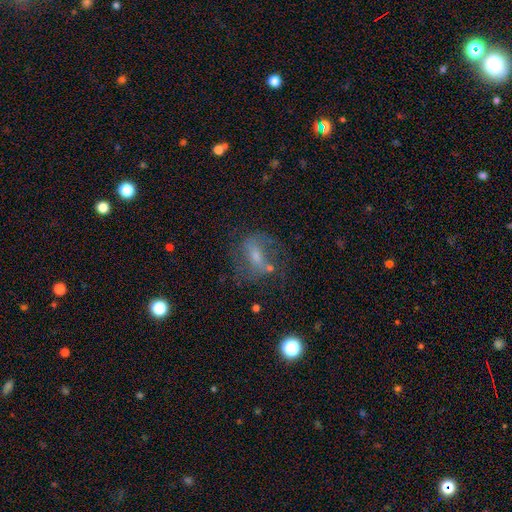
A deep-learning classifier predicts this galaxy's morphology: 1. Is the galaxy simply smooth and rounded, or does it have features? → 55% featured or disk, 31% smooth, 14% star or artifact.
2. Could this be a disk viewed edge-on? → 92% no, 8% yes.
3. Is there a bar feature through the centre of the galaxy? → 41% weak, 30% strong, 29% no.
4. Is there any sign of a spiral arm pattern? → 59% yes, 41% no.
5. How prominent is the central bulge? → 43% small, 40% moderate, 10% none, 5% large, 1% dominant.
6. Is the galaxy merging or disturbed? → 52% none, 21% major disturbance, 20% minor disturbance, 7% merger.